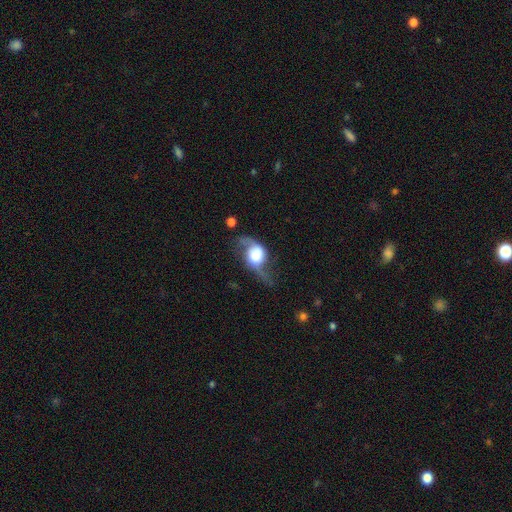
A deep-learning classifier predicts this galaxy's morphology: A featured or disk galaxy (66%) with no bar (63%), 2 (84%) loose (79%) spiral arms (86%) and a large central bulge (44%).

Vote fractions:
- Smooth or featured? featured or disk: 66% / smooth: 27% / star or artifact: 7%
- Edge-on disk? no: 91% / yes: 9%
- Bar? no: 63% / weak: 27% / strong: 10%
- Spiral arms? yes: 86% / no: 14%
- Spiral winding? loose: 79% / medium: 16% / tight: 4%
- Spiral arm count? 2: 84% / 1: 9% / can't tell: 4% / 3: 1% / 4: 1% / more than 4: 1%
- Bulge size? large: 44% / moderate: 26% / dominant: 22% / small: 6% / none: 3%
- Merging? none: 42% / major disturbance: 30% / minor disturbance: 24% / merger: 5%